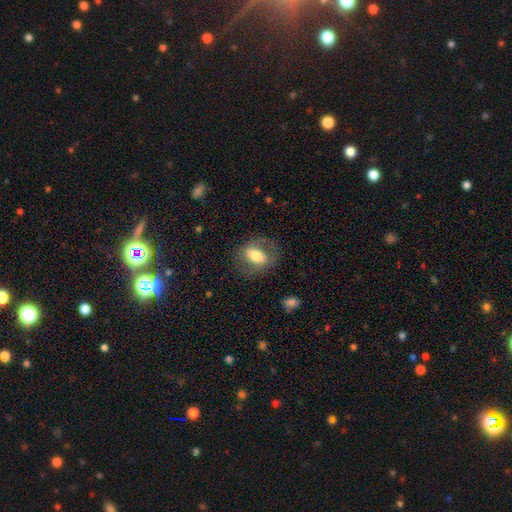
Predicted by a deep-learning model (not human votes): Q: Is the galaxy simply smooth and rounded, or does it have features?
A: smooth — 55%.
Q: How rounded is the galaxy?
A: in between — 78%.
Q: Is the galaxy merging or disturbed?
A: none — 69%.